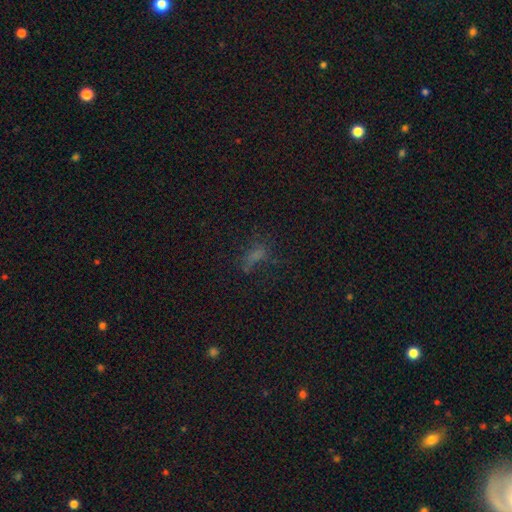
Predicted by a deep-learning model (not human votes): This is possibly a smooth galaxy (50%). How rounded: possibly in between (60%). Merging: possibly none (47%).